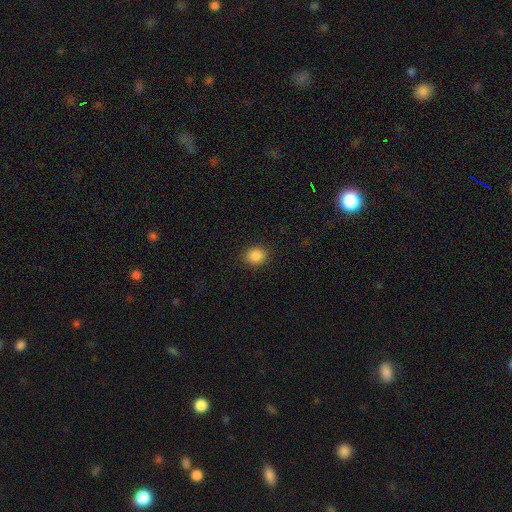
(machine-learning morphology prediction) Smooth or featured: smooth — 87% (star or artifact — 10%)
How rounded: round — 60% (in between — 39%)
Merging: none — 90% (minor disturbance — 7%)